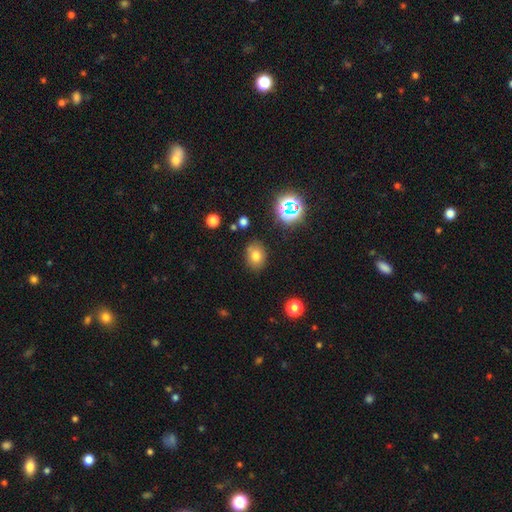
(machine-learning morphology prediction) A smooth galaxy with no disk features (74%) that is in between round and cigar-shaped (60%). Merging: none (80%).